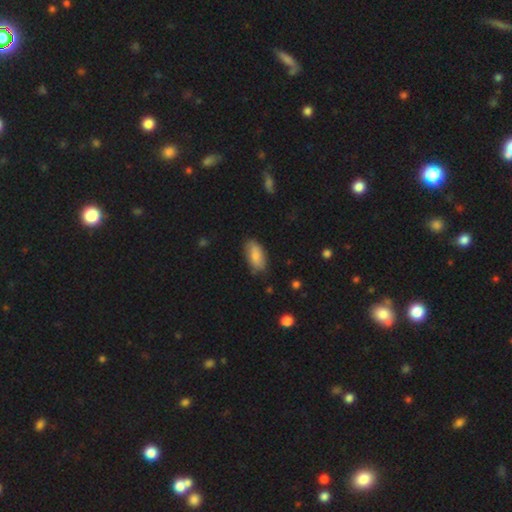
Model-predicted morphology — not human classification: A smooth galaxy with no disk features (81%) that is in between round and cigar-shaped (89%).

Vote fractions:
- Smooth or featured? smooth: 81% / featured or disk: 12% / star or artifact: 6%
- How rounded? in between: 89% / cigar-shaped: 8% / round: 3%
- Merging? none: 73% / minor disturbance: 21% / major disturbance: 4% / merger: 2%